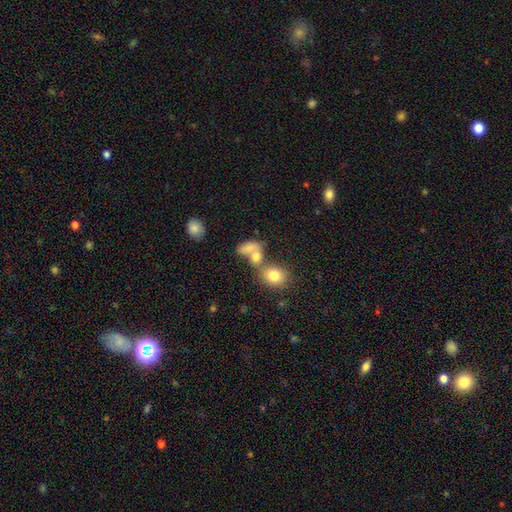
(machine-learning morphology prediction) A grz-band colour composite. It shows a smooth galaxy with no disk features (75%) that is in between round and cigar-shaped (65%). Merging: merger (53%).